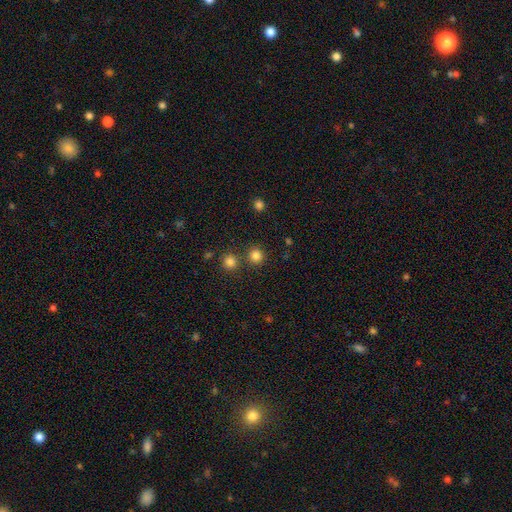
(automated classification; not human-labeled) The model was most divided on "smooth or featured": smooth: 81%, star or artifact: 15%, featured or disk: 4%. More confident: how rounded — round (92%); merging — none (80%).